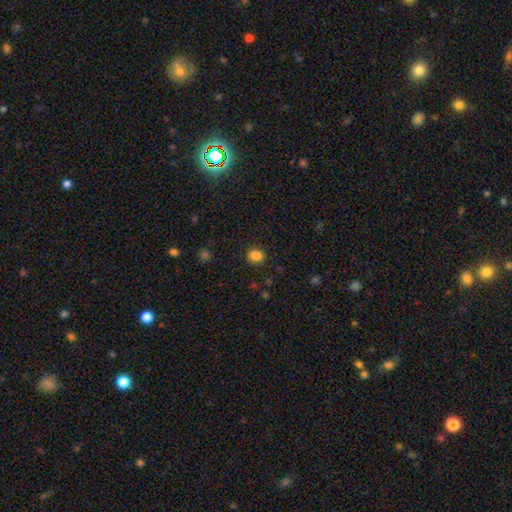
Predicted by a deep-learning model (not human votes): smooth-or-featured: smooth: 85% | star or artifact: 11% | featured or disk: 4%
  how-rounded: round: 65% | in between: 34% | cigar-shaped: 1%
  merging: none: 88% | minor disturbance: 8% | major disturbance: 3% | merger: 1%